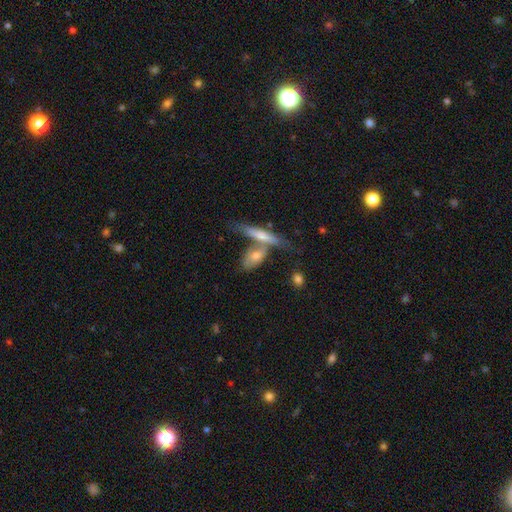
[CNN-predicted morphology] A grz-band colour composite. It shows a smooth galaxy with no disk features (63%) that is in between round and cigar-shaped (62%). Merging: merger (46%).